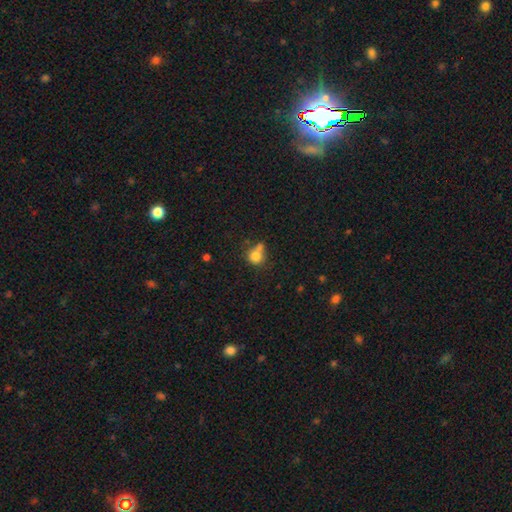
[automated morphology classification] A smooth galaxy with no disk features (79%) that is round (82%). Merging: none (44%).